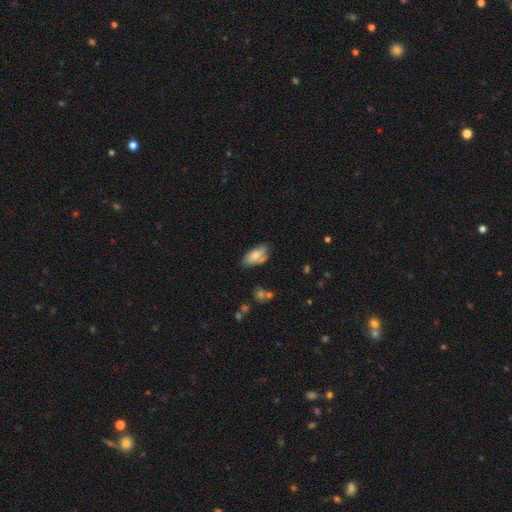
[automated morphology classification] Overall: smooth (71%). How rounded: in between (92%). Merging: none (57%; minor disturbance 31%).